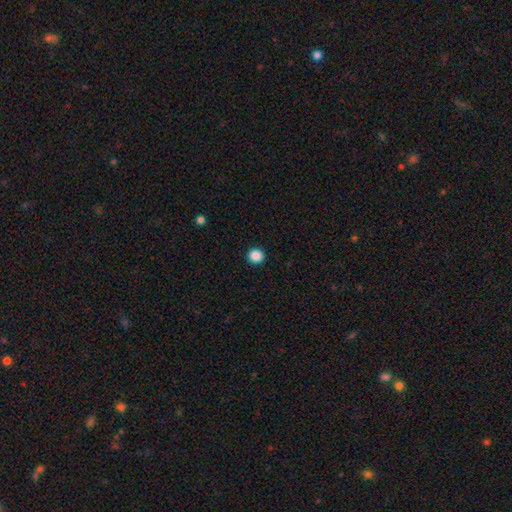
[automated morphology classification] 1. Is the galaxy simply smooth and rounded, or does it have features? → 88% smooth, 10% star or artifact, 3% featured or disk.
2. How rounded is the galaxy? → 93% round, 6% in between, 1% cigar-shaped.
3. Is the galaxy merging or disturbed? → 93% none, 4% minor disturbance, 2% major disturbance, 1% merger.